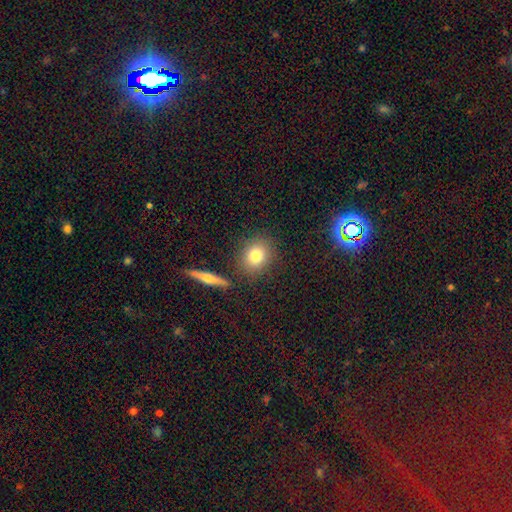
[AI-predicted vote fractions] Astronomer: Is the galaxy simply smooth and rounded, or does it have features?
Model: smooth — 79%.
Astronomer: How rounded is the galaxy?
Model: round — 66%.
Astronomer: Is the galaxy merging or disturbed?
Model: none — 82%.